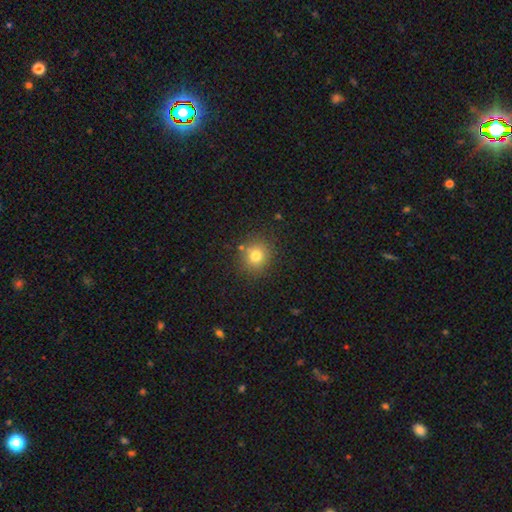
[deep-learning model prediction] This is likely a smooth galaxy (78%). How rounded: clearly round (84%). Merging: clearly none (83%).